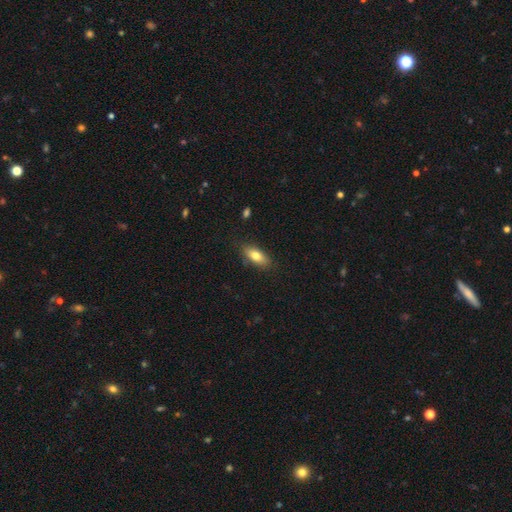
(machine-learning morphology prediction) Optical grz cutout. It shows a smooth galaxy with no disk features (78%) that is in between round and cigar-shaped (79%). Merging: none (83%).